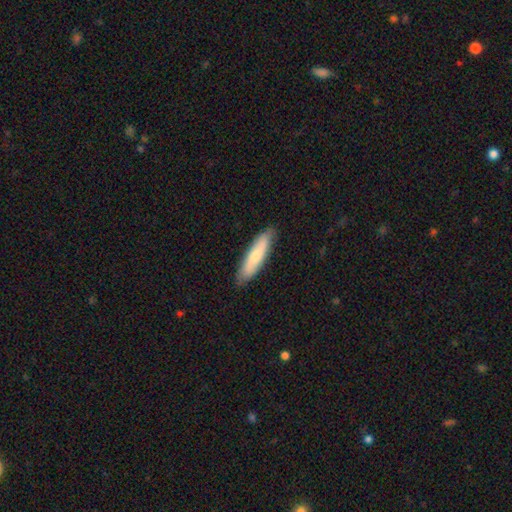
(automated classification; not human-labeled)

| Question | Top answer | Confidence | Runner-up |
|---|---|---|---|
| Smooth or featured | smooth | 66% | featured or disk (29%) |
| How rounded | cigar-shaped | 73% | in between (25%) |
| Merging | none | 86% | minor disturbance (11%) |